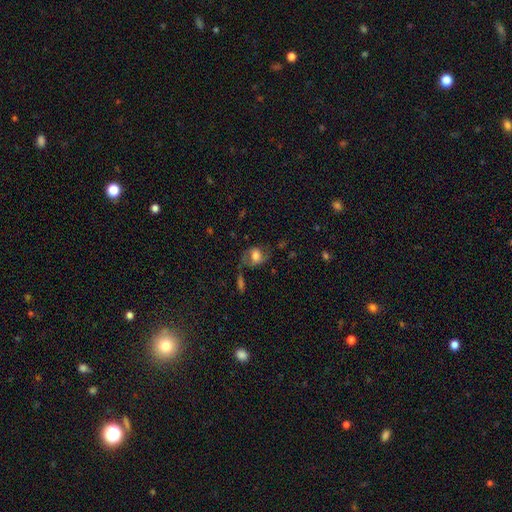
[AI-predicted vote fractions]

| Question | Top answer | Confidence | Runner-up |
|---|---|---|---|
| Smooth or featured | featured or disk | 47% | smooth (44%) |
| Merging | none | 51% | minor disturbance (23%) |